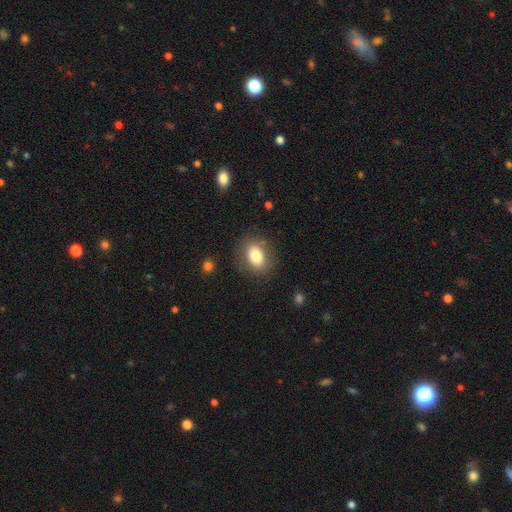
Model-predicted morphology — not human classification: Smooth or featured? smooth (78%)
How rounded? in between (70%)
Merging? none (83%)